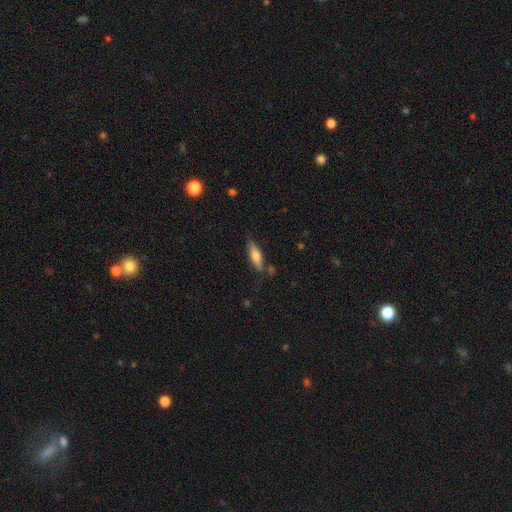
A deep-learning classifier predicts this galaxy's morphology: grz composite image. It shows a smooth galaxy with no disk features (55%) that is cigar-shaped (59%). Merging: none (72%).